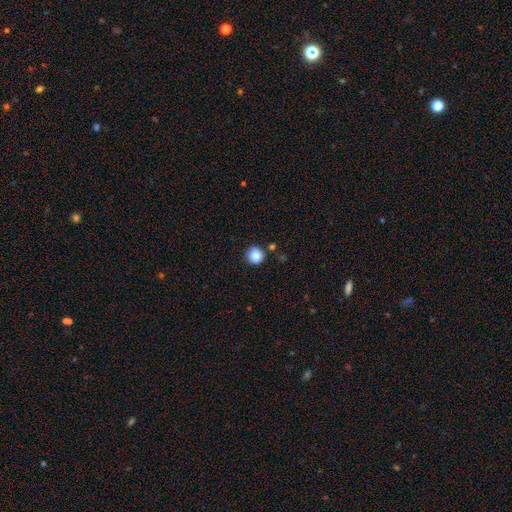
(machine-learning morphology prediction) A smooth galaxy with no disk features (84%) that is round (93%). Merging: none (85%).